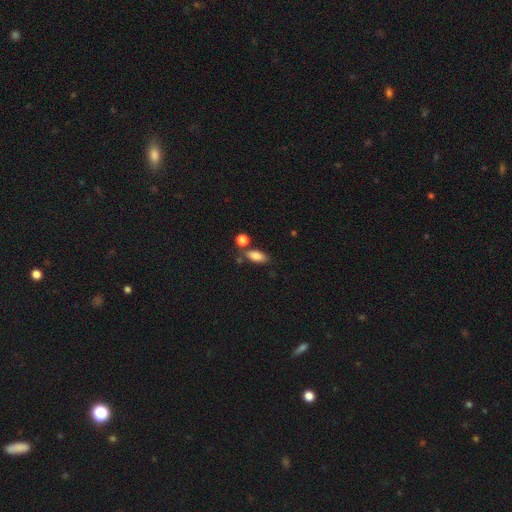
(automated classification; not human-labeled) Morphology: type=smooth (83%); roundness=in between (82%); merging=none (66%).